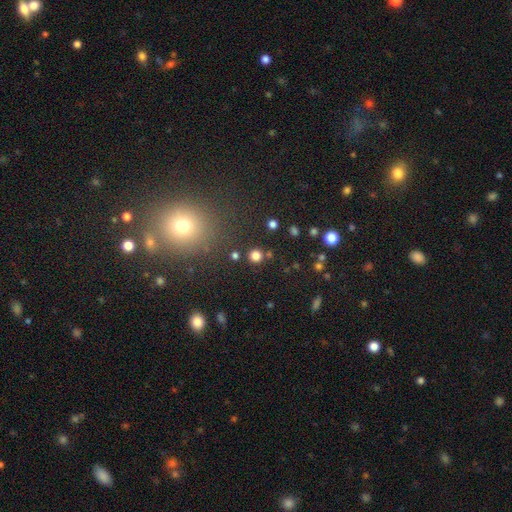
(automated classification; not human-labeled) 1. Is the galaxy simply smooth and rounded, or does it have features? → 80% smooth, 16% star or artifact, 4% featured or disk.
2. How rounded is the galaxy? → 93% round, 6% in between, 1% cigar-shaped.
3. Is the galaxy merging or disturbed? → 88% none, 6% minor disturbance, 4% merger, 3% major disturbance.